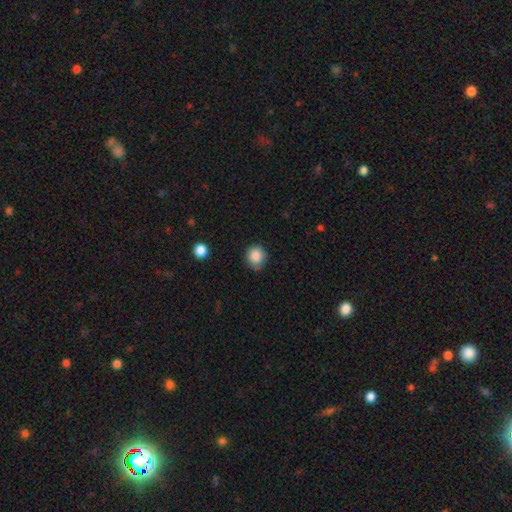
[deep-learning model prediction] smooth 86%, star or artifact 9%, featured or disk 5%. Down the decision tree: how rounded — round (86%); merging — none (74%).